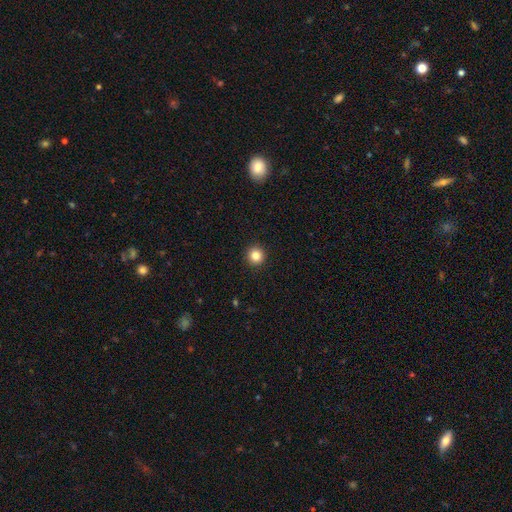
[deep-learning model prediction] A smooth galaxy with no disk features (84%) that is round (95%). Merging: none (93%).